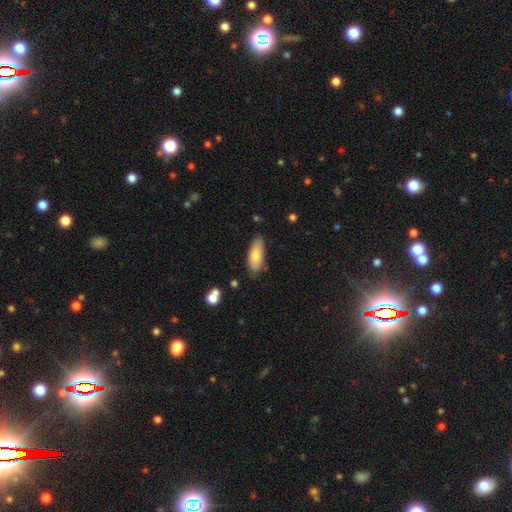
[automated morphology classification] This appears to be a smooth galaxy with no disk features (77%) that is in between round and cigar-shaped (76%). Merging: none (75%).